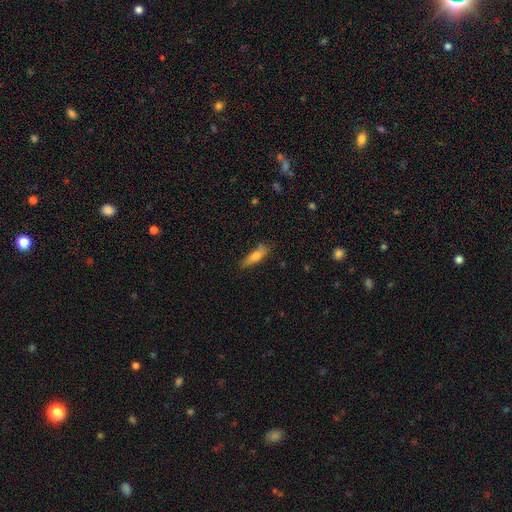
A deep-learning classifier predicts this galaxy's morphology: smooth_or_featured: smooth (p=0.70) [alt: featured or disk p=0.22]
how_rounded: cigar-shaped (p=0.63) [alt: in between p=0.35]
merging: none (p=0.68) [alt: minor disturbance p=0.23]